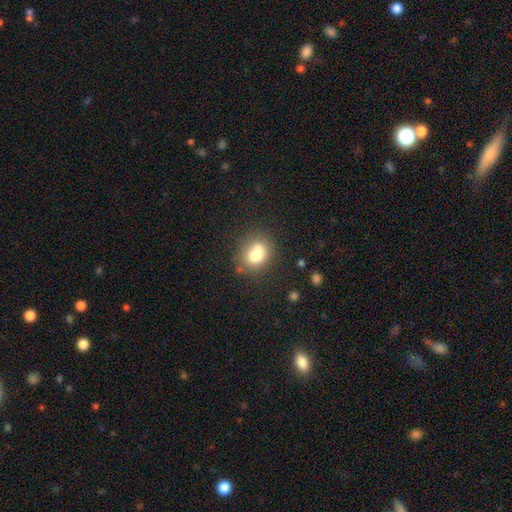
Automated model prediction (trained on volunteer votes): Smooth or featured? Predicted: smooth (p=0.73). How rounded? Predicted: round (p=0.56). Merging? Predicted: none (p=0.53).